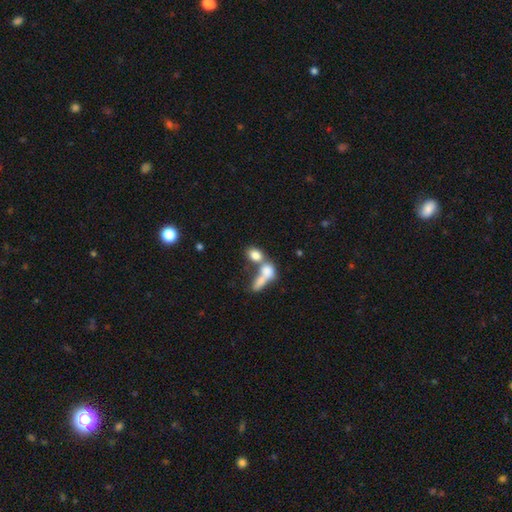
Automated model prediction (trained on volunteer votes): This is likely a smooth galaxy (76%). How rounded: likely in between (69%). Merging: likely merger (61%).